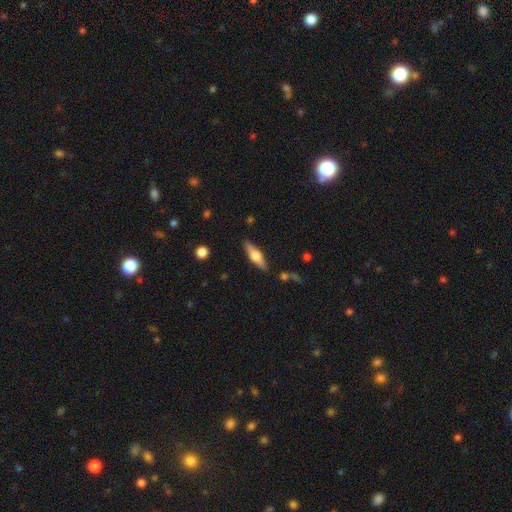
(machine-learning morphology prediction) Smooth or featured? featured or disk (59%)
Edge-on disk? yes (94%)
Edge-on bulge? rounded (93%)
Merging? none (86%)